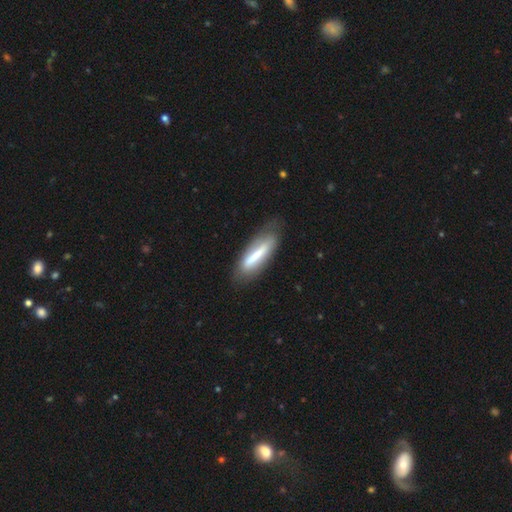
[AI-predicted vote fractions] Smooth or featured?
  - smooth: 54% *
  - featured or disk: 39%
  - star or artifact: 7%
How rounded?
  - cigar-shaped: 69% *
  - in between: 29%
  - round: 2%
Merging?
  - none: 69% *
  - minor disturbance: 21%
  - major disturbance: 8%
  - merger: 2%